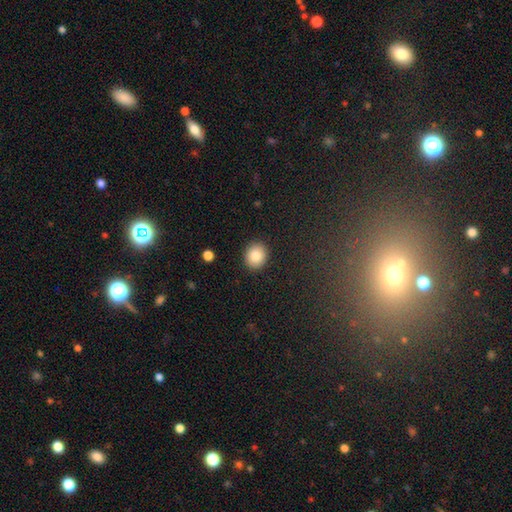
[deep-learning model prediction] Smooth or featured? Predicted: smooth (p=0.86). How rounded? Predicted: round (p=0.70). Merging? Predicted: none (p=0.90).